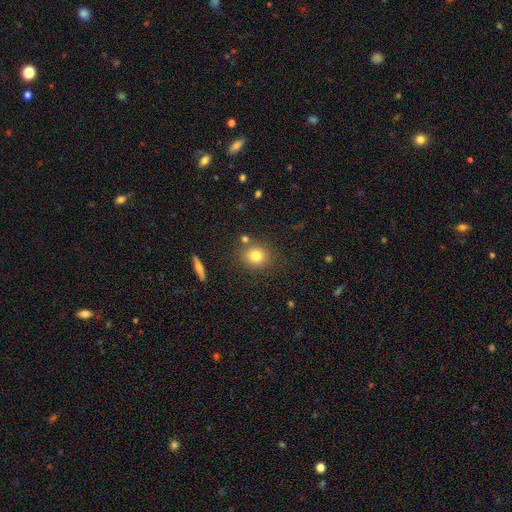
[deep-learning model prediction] Morphology: type=smooth (80%); roundness=round (82%); merging=none (79%).